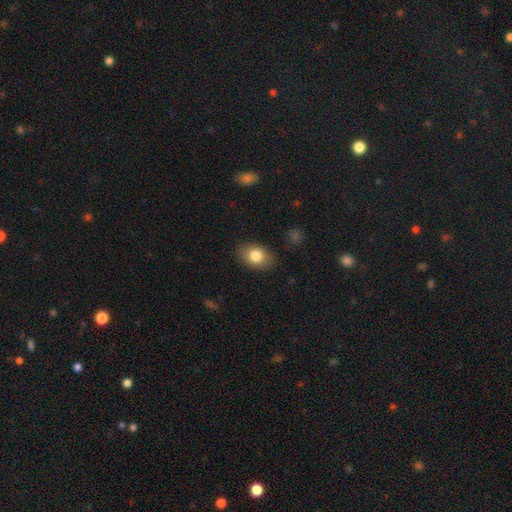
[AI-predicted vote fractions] Smooth or featured?
  - smooth: 81% *
  - featured or disk: 11%
  - star or artifact: 8%
How rounded?
  - in between: 80% *
  - round: 19%
  - cigar-shaped: 1%
Merging?
  - none: 87% *
  - minor disturbance: 10%
  - major disturbance: 3%
  - merger: 1%